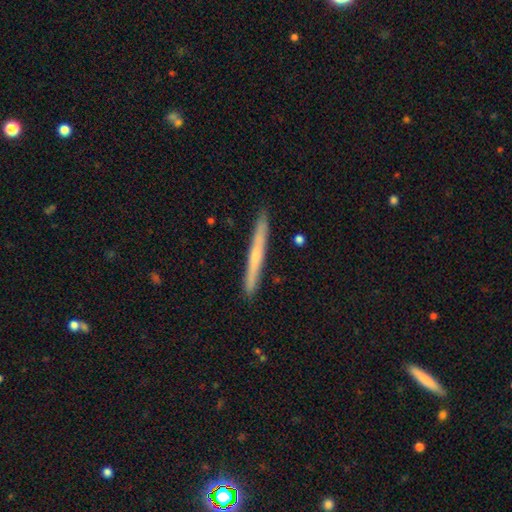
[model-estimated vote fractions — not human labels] smooth-or-featured: featured or disk: 53% | smooth: 41% | star or artifact: 6%
  disk-edge-on: yes: 97% | no: 3%
    edge-on-bulge: none: 54% | rounded: 43% | boxy: 4%
  merging: none: 91% | minor disturbance: 6% | major disturbance: 1% | merger: 1%